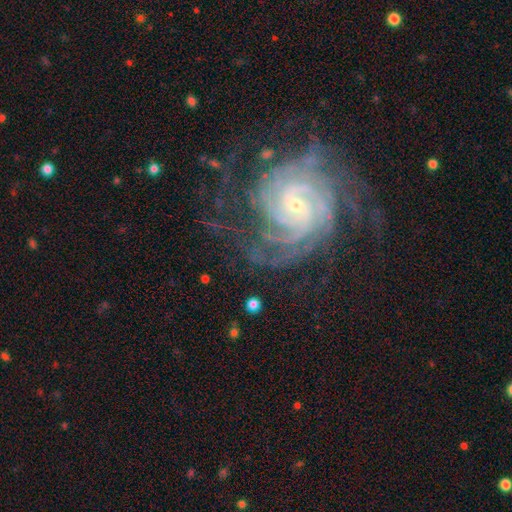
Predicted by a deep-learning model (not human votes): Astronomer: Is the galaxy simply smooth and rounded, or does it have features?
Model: featured or disk — 88%.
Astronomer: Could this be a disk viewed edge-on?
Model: no — 97%.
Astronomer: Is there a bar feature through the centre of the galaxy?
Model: weak — 41% (runner-up: no, 40%).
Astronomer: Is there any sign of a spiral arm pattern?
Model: yes — 98%.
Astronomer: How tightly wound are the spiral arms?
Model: tight — 72%.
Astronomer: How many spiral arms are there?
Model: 4 — 23% (runner-up: can't tell, 21%).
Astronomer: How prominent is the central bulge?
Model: small — 72%.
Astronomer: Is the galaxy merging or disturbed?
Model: none — 72%.